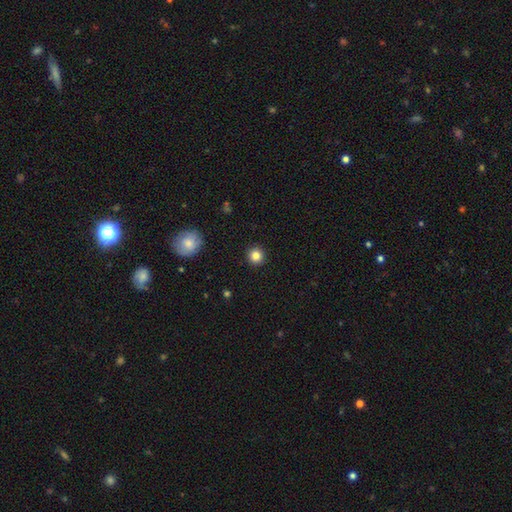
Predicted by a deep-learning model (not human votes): Smooth or featured: smooth — 84% (star or artifact — 11%)
How rounded: round — 94% (in between — 5%)
Merging: none — 93% (minor disturbance — 4%)